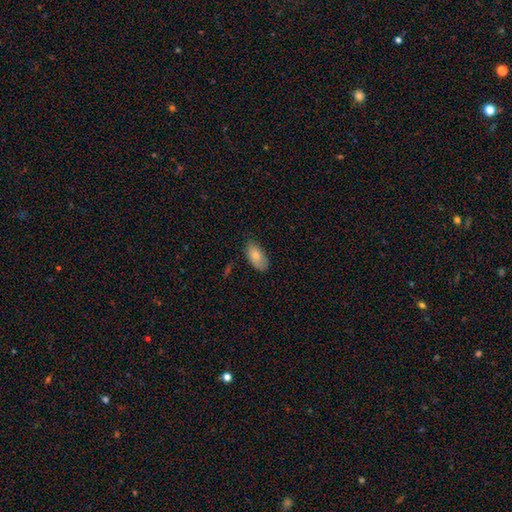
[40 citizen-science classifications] Smooth or featured: smooth — 82% (featured or disk — 12%)
How rounded: in between — 100%
Merging: none — 84% (minor disturbance — 16%)